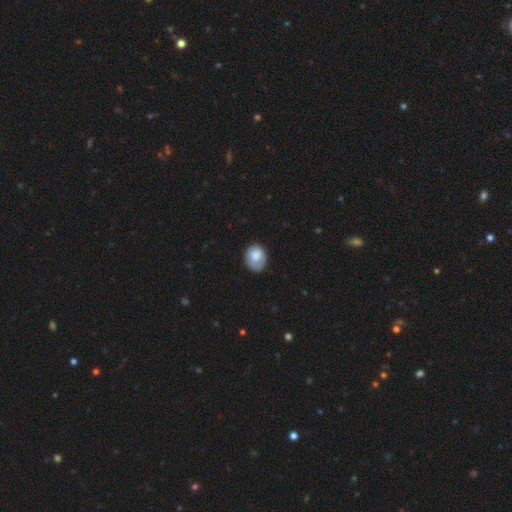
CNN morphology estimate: type=smooth (77%); roundness=in between (51%); merging=none (65%).